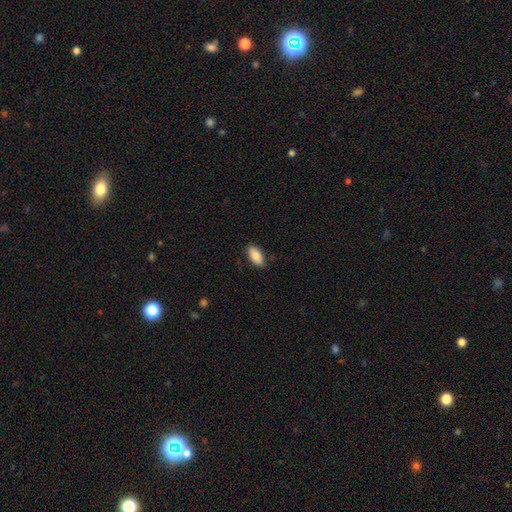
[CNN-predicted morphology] The model was most divided on "merging": none: 85%, minor disturbance: 12%, major disturbance: 2%, merger: 1%. More confident: how rounded — in between (93%); smooth or featured — smooth (86%).